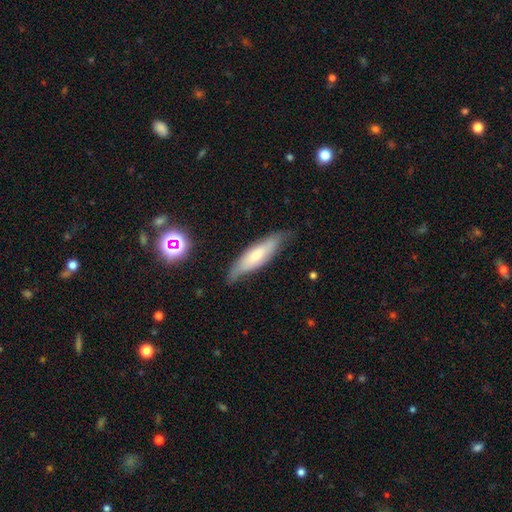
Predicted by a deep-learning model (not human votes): smooth-or-featured: smooth: 50% | featured or disk: 42% | star or artifact: 8%
  how-rounded: cigar-shaped: 61% | in between: 37% | round: 2%
  merging: none: 73% | minor disturbance: 21% | major disturbance: 4% | merger: 2%